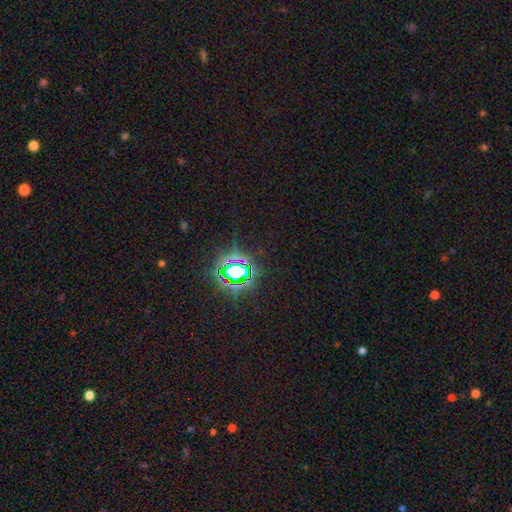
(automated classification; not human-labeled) Morphology: type=star or artifact (81%).